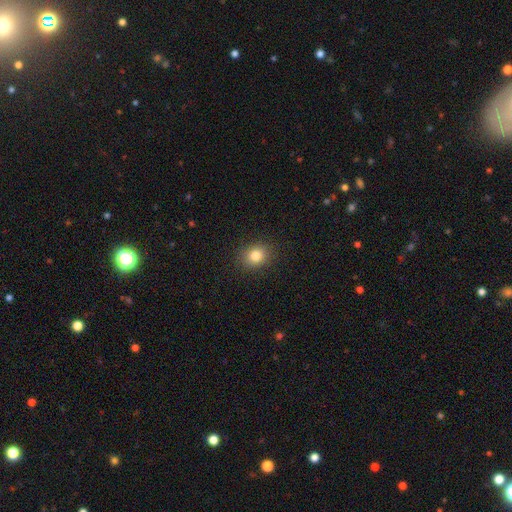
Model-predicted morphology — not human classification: smooth-or-featured: smooth: 82% | star or artifact: 11% | featured or disk: 7%
  how-rounded: round: 58% | in between: 41% | cigar-shaped: 1%
  merging: none: 89% | minor disturbance: 8% | major disturbance: 2% | merger: 1%